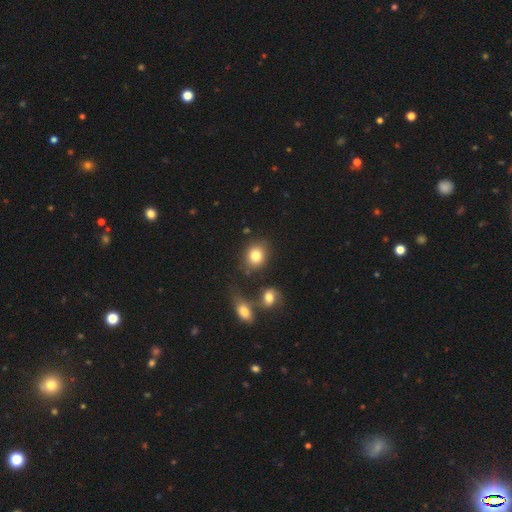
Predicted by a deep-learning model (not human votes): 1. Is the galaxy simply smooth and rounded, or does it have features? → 82% smooth, 10% star or artifact, 9% featured or disk.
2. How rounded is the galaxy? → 63% round, 36% in between, 1% cigar-shaped.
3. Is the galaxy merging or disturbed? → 74% none, 12% minor disturbance, 10% merger, 4% major disturbance.